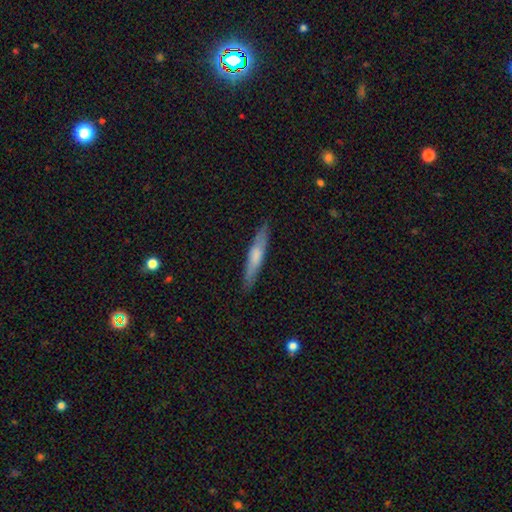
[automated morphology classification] Smooth or featured?
  - smooth: 57% *
  - featured or disk: 37%
  - star or artifact: 5%
How rounded?
  - cigar-shaped: 91% *
  - in between: 7%
  - round: 1%
Merging?
  - none: 87% *
  - minor disturbance: 10%
  - major disturbance: 2%
  - merger: 1%